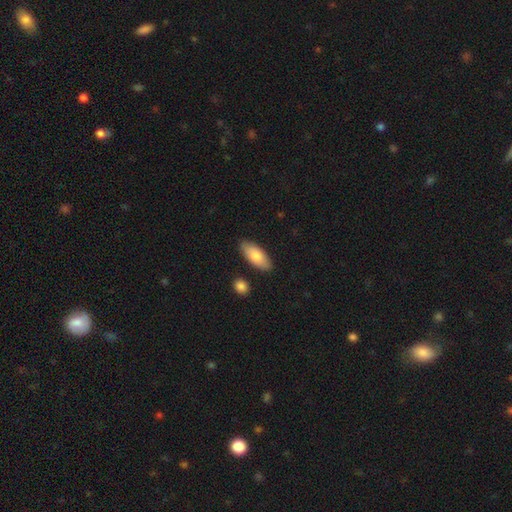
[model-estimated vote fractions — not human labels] Smooth or featured? Predicted: smooth (p=0.81). How rounded? Predicted: in between (p=0.84). Merging? Predicted: none (p=0.85).